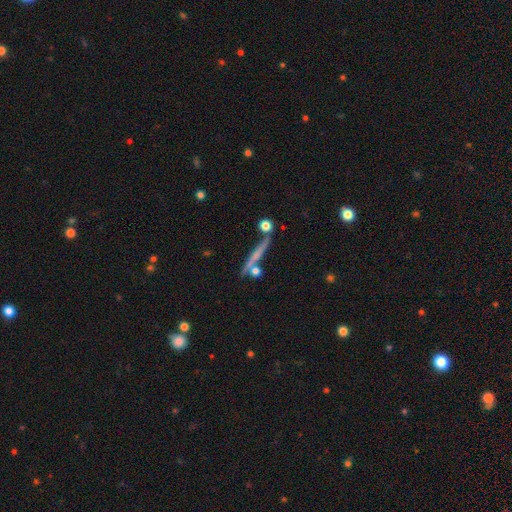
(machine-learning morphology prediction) A featured or disk galaxy (53%) viewed edge-on (94%) with no central bulge (66%). Merging: none (76%).